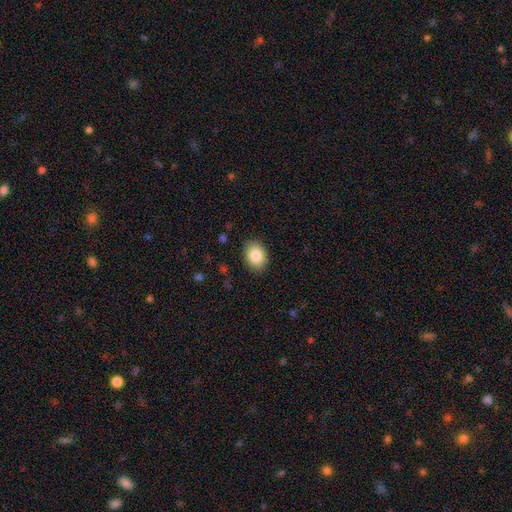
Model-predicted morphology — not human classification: Smooth or featured? smooth (86%)
How rounded? in between (71%)
Merging? none (88%)